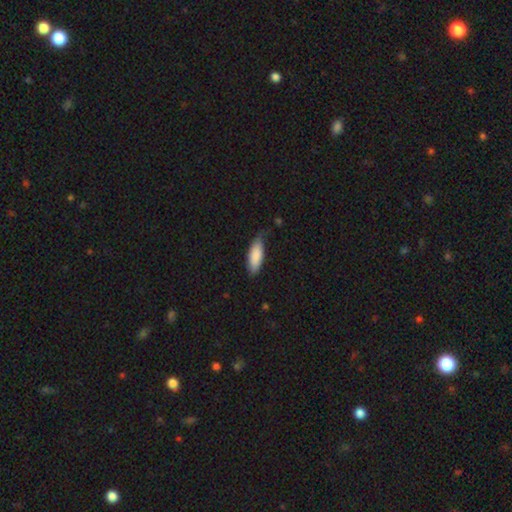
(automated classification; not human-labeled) This appears to be a smooth galaxy with no disk features (85%) that is in between round and cigar-shaped (69%). Merging: none (61%).